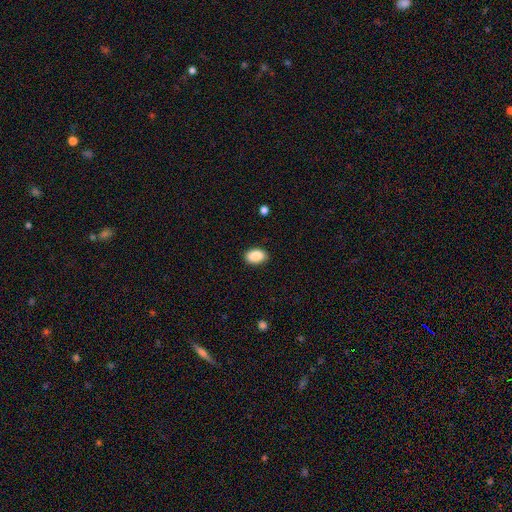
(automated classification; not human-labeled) This is clearly a smooth galaxy (90%). How rounded: clearly in between (90%). Merging: clearly none (88%).